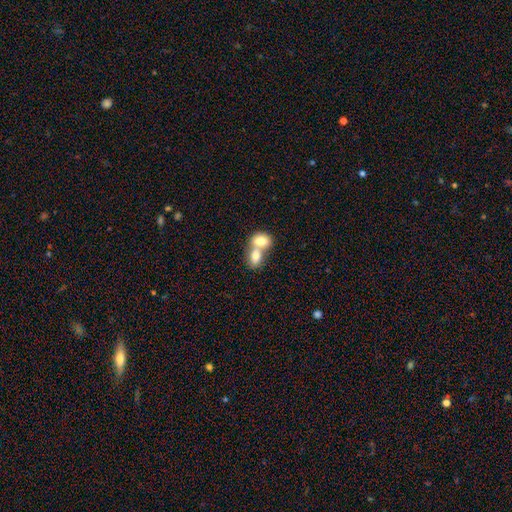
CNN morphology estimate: This is likely a smooth galaxy (77%). How rounded: likely in between (79%). Merging: likely merger (78%).